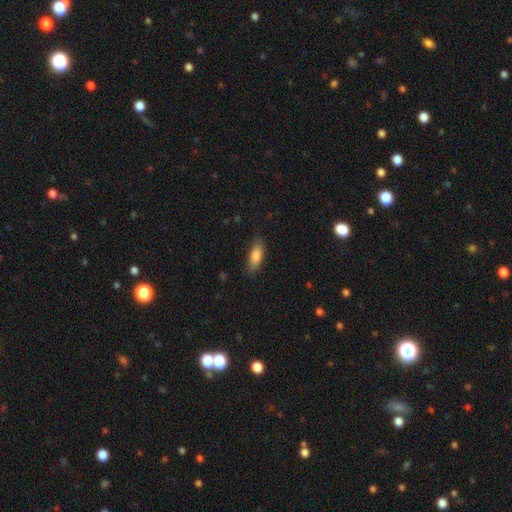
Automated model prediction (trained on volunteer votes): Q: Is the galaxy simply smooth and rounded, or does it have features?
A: smooth — 84%.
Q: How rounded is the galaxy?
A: in between — 76%.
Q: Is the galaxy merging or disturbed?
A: none — 84%.